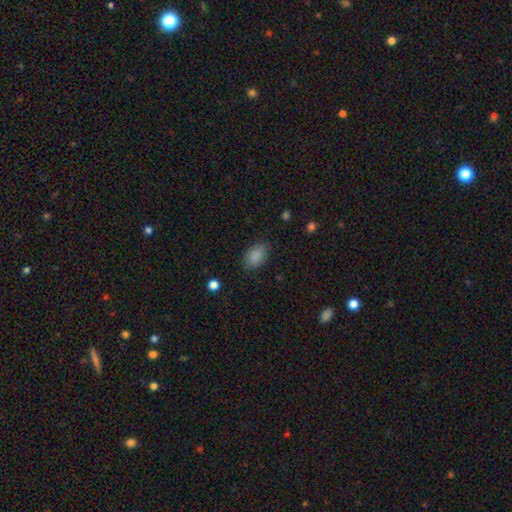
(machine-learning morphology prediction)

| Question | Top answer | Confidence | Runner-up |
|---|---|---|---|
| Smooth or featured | smooth | 88% | star or artifact (9%) |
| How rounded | in between | 85% | round (13%) |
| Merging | none | 83% | minor disturbance (12%) |